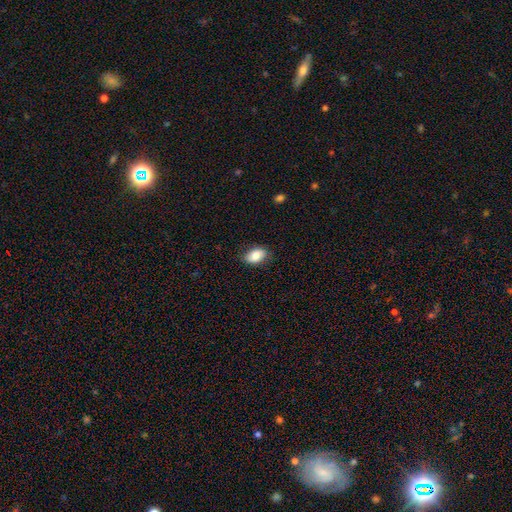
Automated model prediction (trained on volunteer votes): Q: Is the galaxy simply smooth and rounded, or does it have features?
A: smooth — 82%.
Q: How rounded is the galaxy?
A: in between — 88%.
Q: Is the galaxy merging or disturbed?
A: none — 83%.